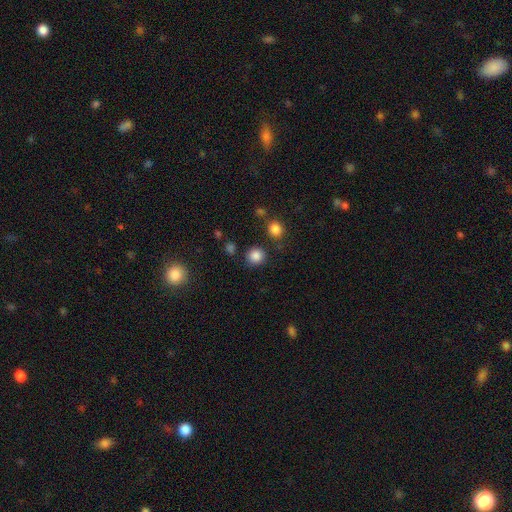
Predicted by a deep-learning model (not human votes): This is clearly a smooth galaxy (85%). How rounded: clearly round (89%). Merging: clearly none (84%).